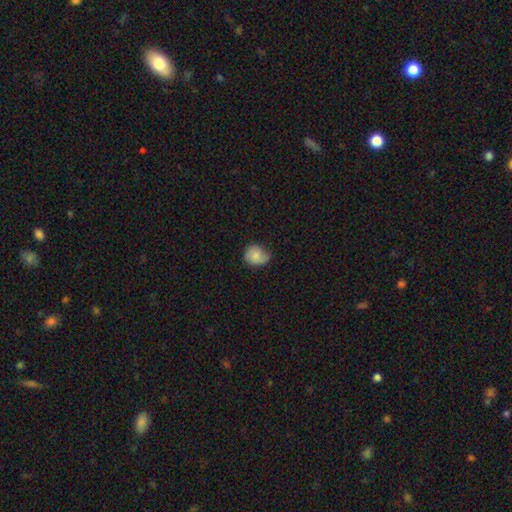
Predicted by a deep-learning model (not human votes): Smooth or featured: smooth — 75% (featured or disk — 18%)
How rounded: round — 63% (in between — 36%)
Merging: none — 51% (minor disturbance — 37%)